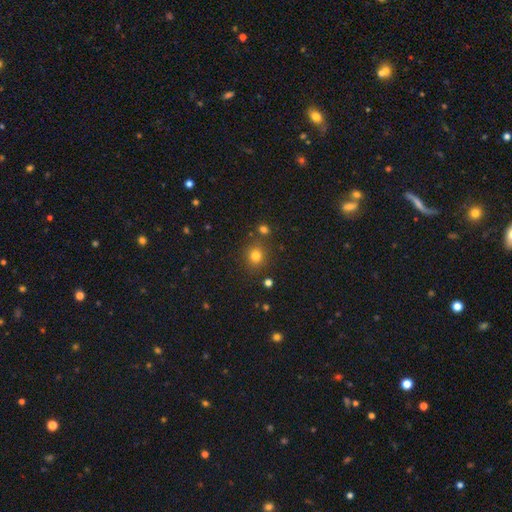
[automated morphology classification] smooth-or-featured: smooth: 79% | star or artifact: 15% | featured or disk: 6%
  how-rounded: round: 82% | in between: 17% | cigar-shaped: 1%
  merging: none: 82% | minor disturbance: 9% | merger: 6% | major disturbance: 3%